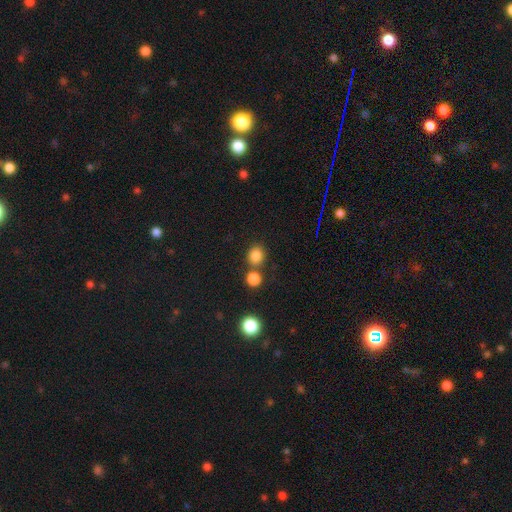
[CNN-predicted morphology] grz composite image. It shows a smooth galaxy with no disk features (82%) that is round (77%). Merging: none (69%).